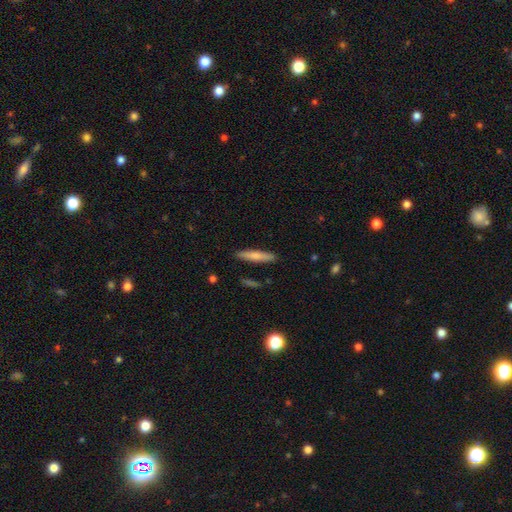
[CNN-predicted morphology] type=smooth (70%); roundness=cigar-shaped (89%); merging=none (88%).